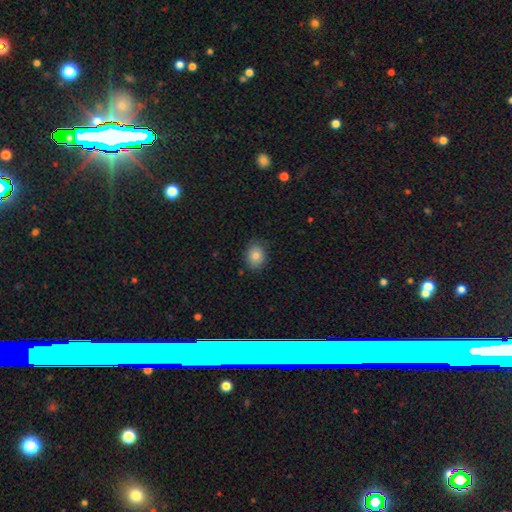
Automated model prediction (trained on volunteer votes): This appears to be a smooth galaxy with no disk features (80%) that is round (60%). Merging: none (82%).